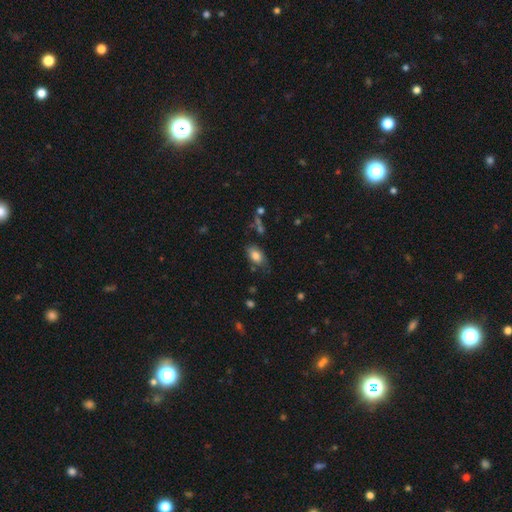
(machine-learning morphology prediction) This is clearly a smooth galaxy (81%). How rounded: clearly in between (88%). Merging: likely none (64%).